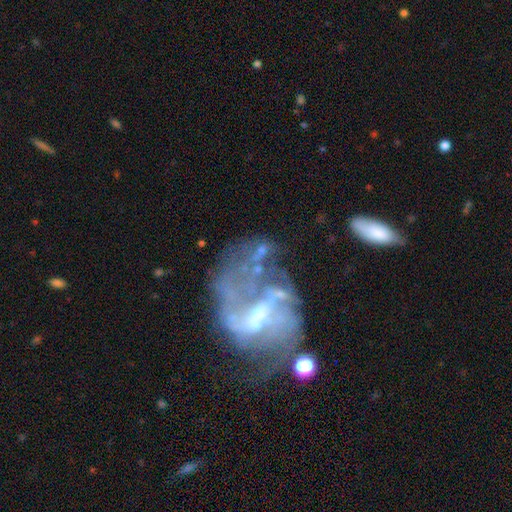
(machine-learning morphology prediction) smooth_or_featured: featured or disk (p=0.75) [alt: smooth p=0.13]
disk_edge_on: no (p=0.97) [alt: yes p=0.03]
bar: no (p=0.42) [alt: weak p=0.38]
has_spiral_arms: yes (p=0.57) [alt: no p=0.43]
bulge_size: none (p=0.35) [alt: moderate p=0.32]
merging: major disturbance (p=0.37) [alt: none p=0.32]